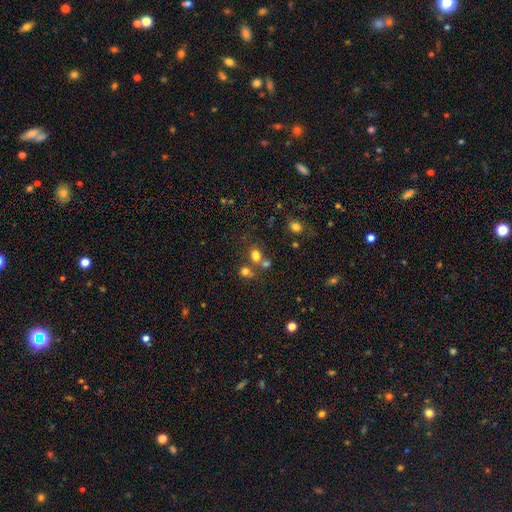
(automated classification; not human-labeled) Smooth or featured? Predicted: smooth (p=0.72). How rounded? Predicted: round (p=0.52). Merging? Predicted: none (p=0.50).